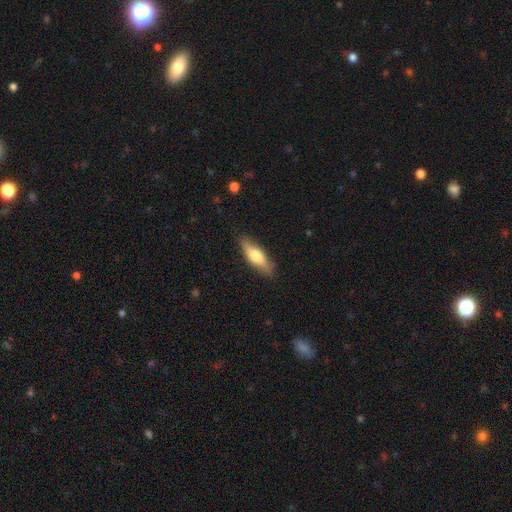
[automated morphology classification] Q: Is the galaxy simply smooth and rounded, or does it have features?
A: smooth — 64%.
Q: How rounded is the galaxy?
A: in between — 54%.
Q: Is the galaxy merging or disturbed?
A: none — 83%.